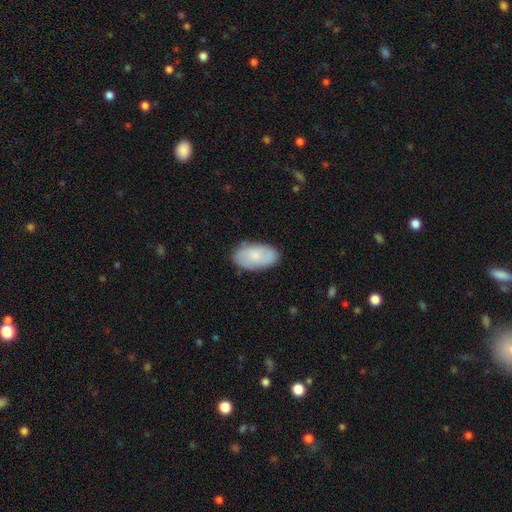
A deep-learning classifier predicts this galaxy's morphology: Smooth or featured?
  - smooth: 72% *
  - featured or disk: 22%
  - star or artifact: 6%
How rounded?
  - in between: 94% *
  - round: 4%
  - cigar-shaped: 2%
Merging?
  - none: 81% *
  - minor disturbance: 15%
  - major disturbance: 3%
  - merger: 1%